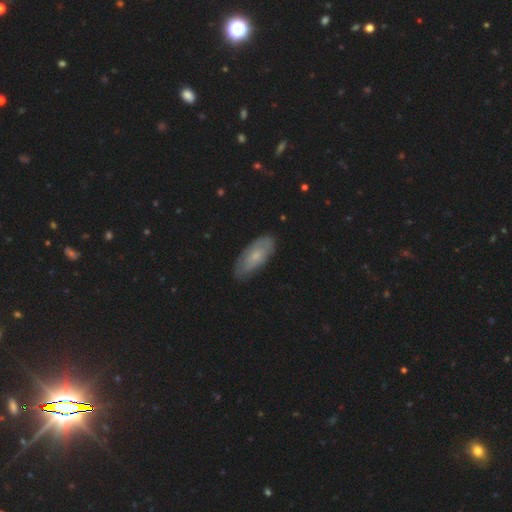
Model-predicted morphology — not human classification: smooth-or-featured: smooth: 56% | featured or disk: 38% | star or artifact: 6%
  how-rounded: in between: 82% | cigar-shaped: 16% | round: 2%
  merging: none: 79% | minor disturbance: 17% | major disturbance: 3% | merger: 1%